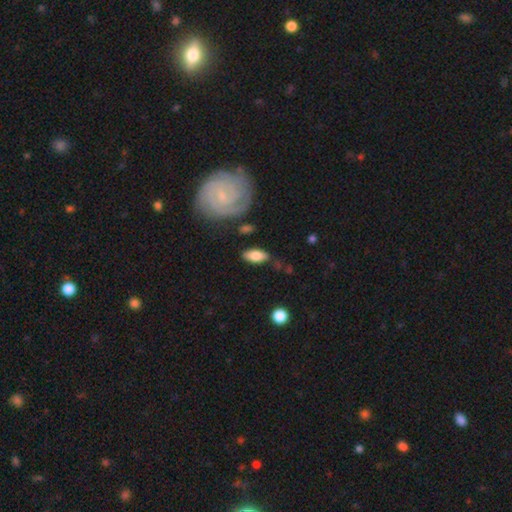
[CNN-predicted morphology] smooth-or-featured: smooth: 69% | featured or disk: 25% | star or artifact: 6%
  how-rounded: in between: 86% | cigar-shaped: 10% | round: 3%
  merging: none: 75% | minor disturbance: 17% | major disturbance: 5% | merger: 4%